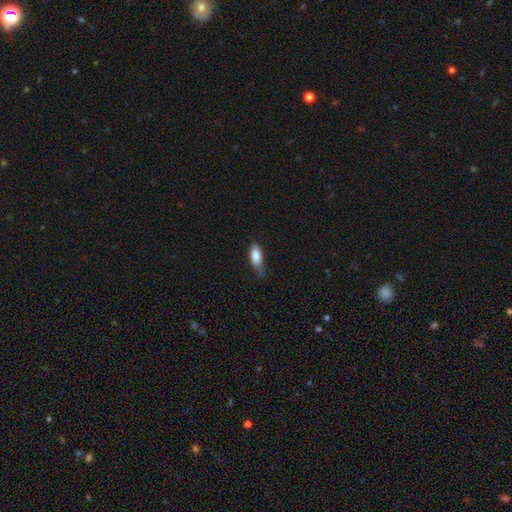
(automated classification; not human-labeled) The model was most divided on "merging": none: 43%, minor disturbance: 42%, major disturbance: 12%, merger: 2%. More confident: smooth or featured — smooth (84%); how rounded — in between (82%).